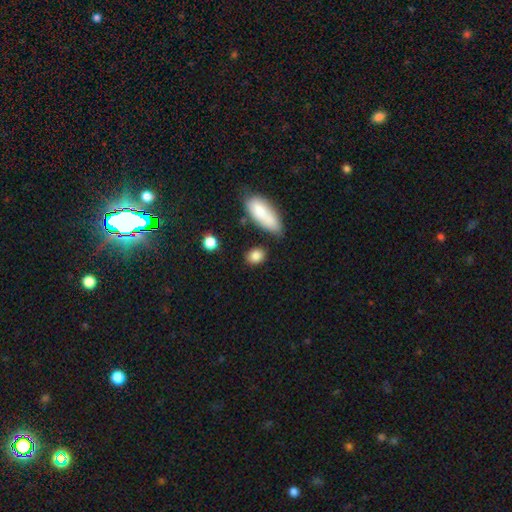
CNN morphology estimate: This is clearly a smooth galaxy (85%). How rounded: possibly in between (53%). Merging: likely none (77%).